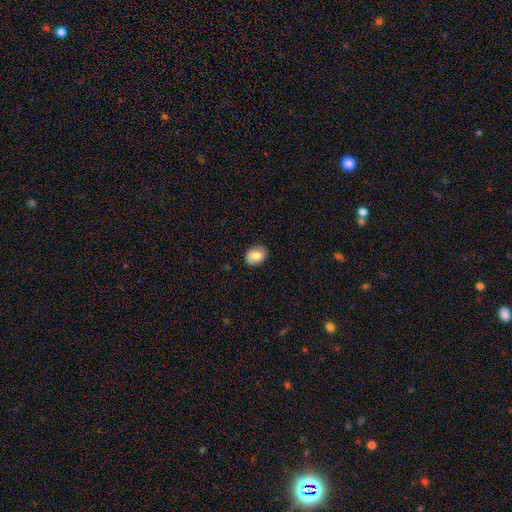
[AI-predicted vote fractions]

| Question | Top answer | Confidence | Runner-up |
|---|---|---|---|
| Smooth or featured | smooth | 83% | featured or disk (10%) |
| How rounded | in between | 67% | round (32%) |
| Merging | none | 86% | minor disturbance (11%) |